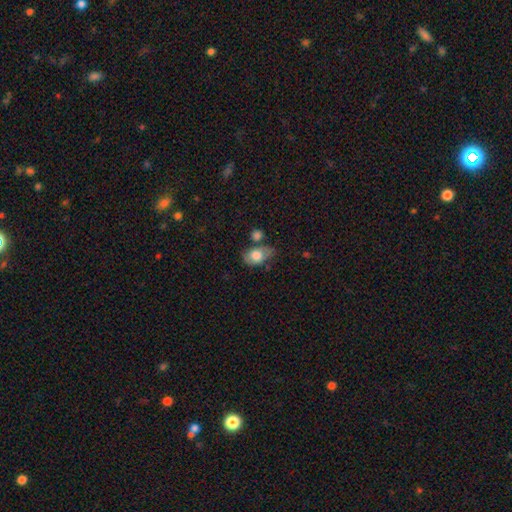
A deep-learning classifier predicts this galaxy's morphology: Smooth or featured? smooth (72%)
How rounded? in between (81%)
Merging? none (50%)